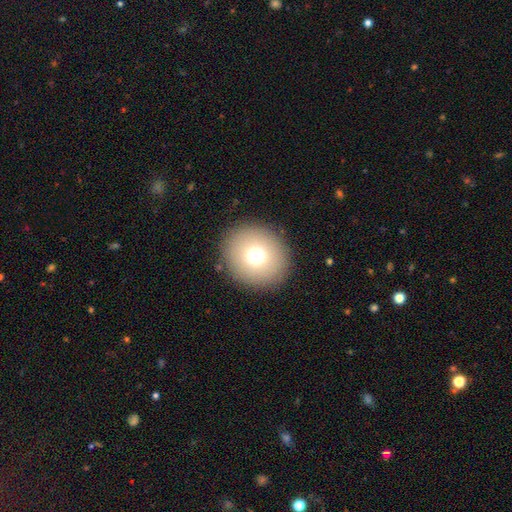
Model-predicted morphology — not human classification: This is likely a smooth galaxy (73%). How rounded: clearly round (81%). Merging: clearly none (91%).